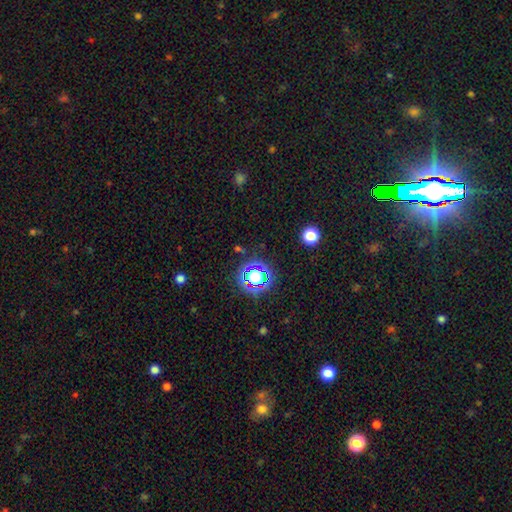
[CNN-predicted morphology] star or artifact 73%, smooth 19%, featured or disk 8%.